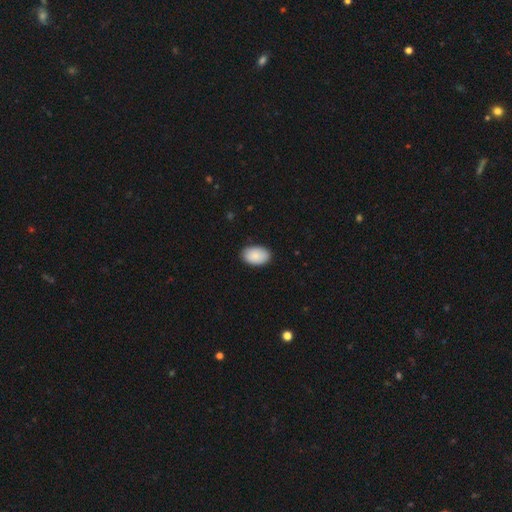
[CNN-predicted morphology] smooth 88%, featured or disk 6%, star or artifact 6%. Down the decision tree: how rounded — in between (92%); merging — none (87%).